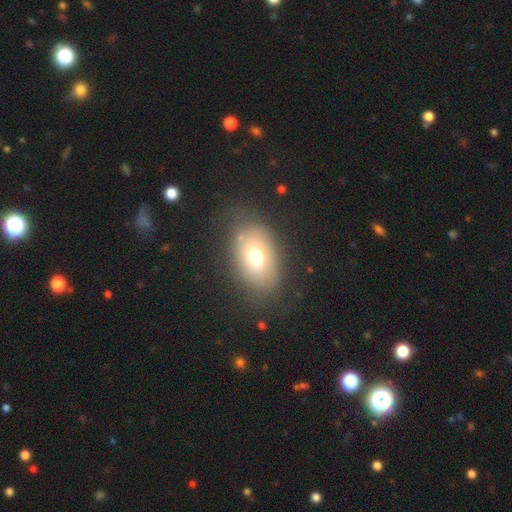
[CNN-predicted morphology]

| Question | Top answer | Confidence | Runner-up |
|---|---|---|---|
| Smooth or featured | smooth | 63% | featured or disk (26%) |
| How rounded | in between | 84% | round (15%) |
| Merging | none | 70% | minor disturbance (20%) |